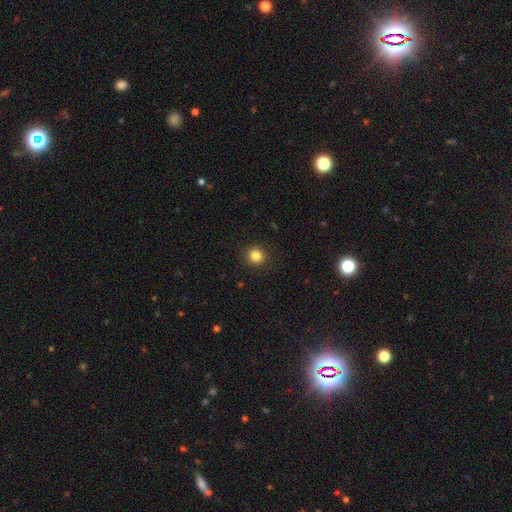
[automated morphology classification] smooth_or_featured: smooth (p=0.84) [alt: star or artifact p=0.11]
how_rounded: round (p=0.93) [alt: in between p=0.06]
merging: none (p=0.92) [alt: minor disturbance p=0.05]